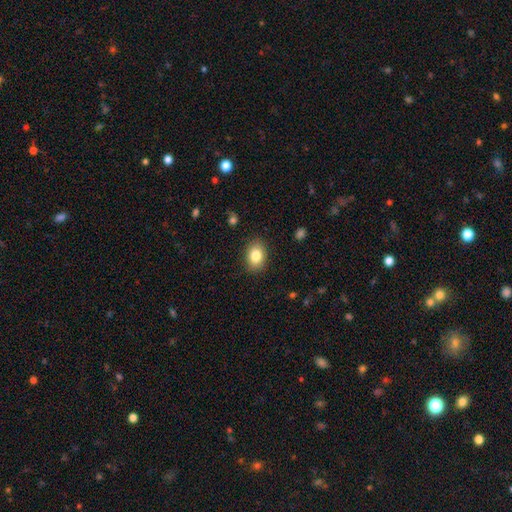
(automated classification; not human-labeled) A smooth galaxy with no disk features (83%) that is in between round and cigar-shaped (75%). Merging: none (87%).